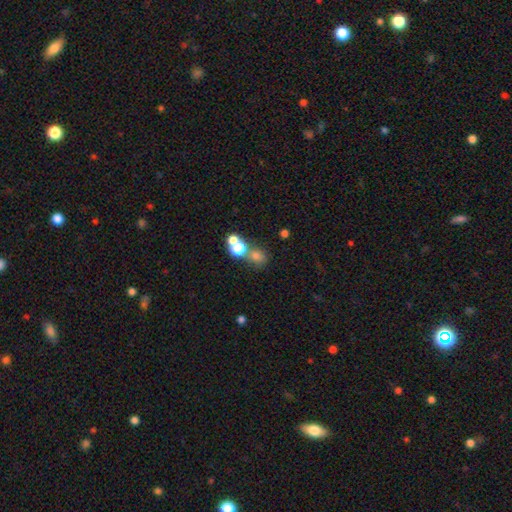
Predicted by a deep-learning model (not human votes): Q: Smooth or featured?
A: smooth (67%); runner-up: star or artifact (22%)
Q: How rounded?
A: round (75%); runner-up: in between (24%)
Q: Merging?
A: none (49%); runner-up: merger (35%)